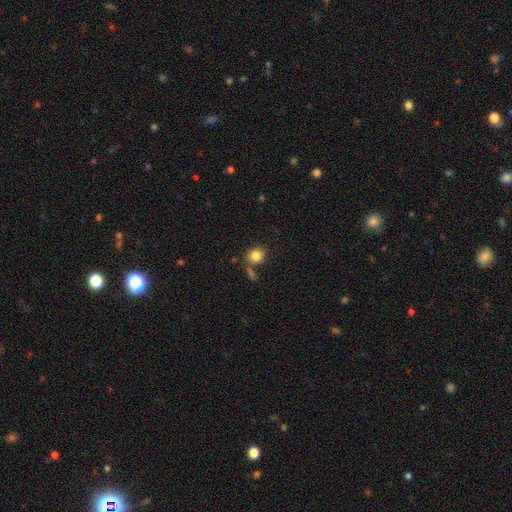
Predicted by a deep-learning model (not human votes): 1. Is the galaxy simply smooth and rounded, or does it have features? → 83% smooth, 10% star or artifact, 6% featured or disk.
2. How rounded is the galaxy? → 76% round, 23% in between, 1% cigar-shaped.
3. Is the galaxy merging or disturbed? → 70% none, 13% minor disturbance, 12% merger, 5% major disturbance.